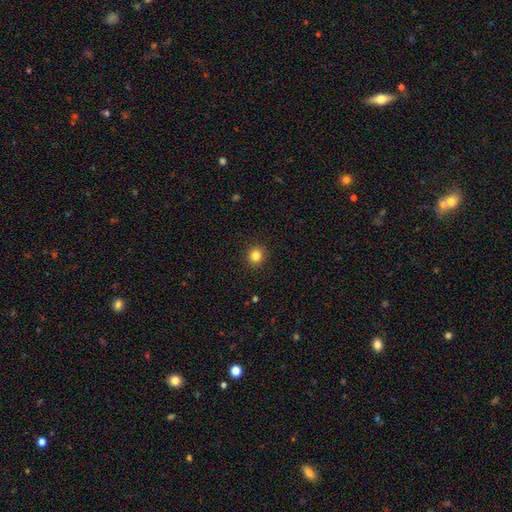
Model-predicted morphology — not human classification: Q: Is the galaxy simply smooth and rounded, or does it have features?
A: smooth — 83%.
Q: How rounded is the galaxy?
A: round — 89%.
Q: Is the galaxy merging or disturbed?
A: none — 92%.